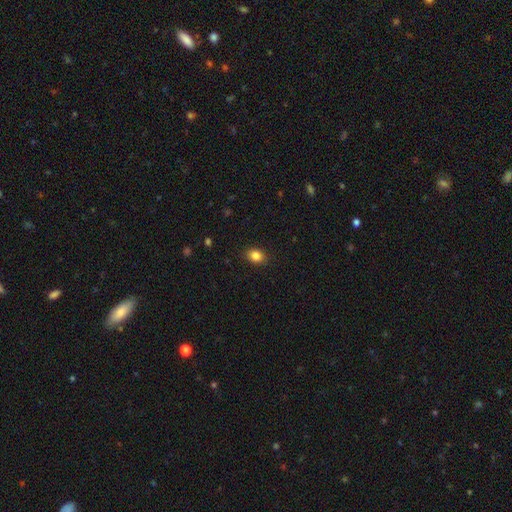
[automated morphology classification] Overall: smooth (85%). How rounded: in between (68%; round 31%). Merging: none (87%).